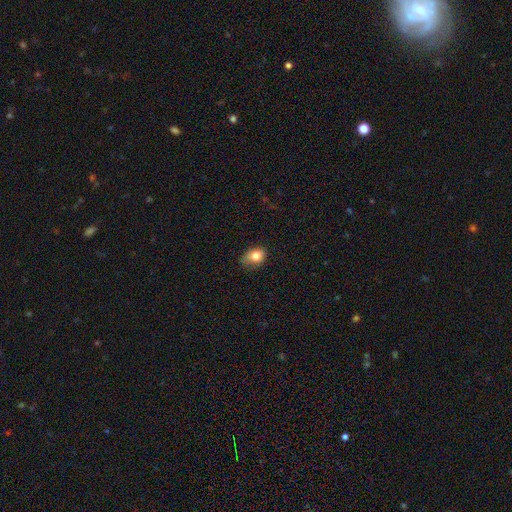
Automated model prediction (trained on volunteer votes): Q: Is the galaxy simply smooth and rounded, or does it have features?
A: smooth — 81%.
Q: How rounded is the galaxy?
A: in between — 57%.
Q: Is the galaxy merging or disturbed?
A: none — 60%.